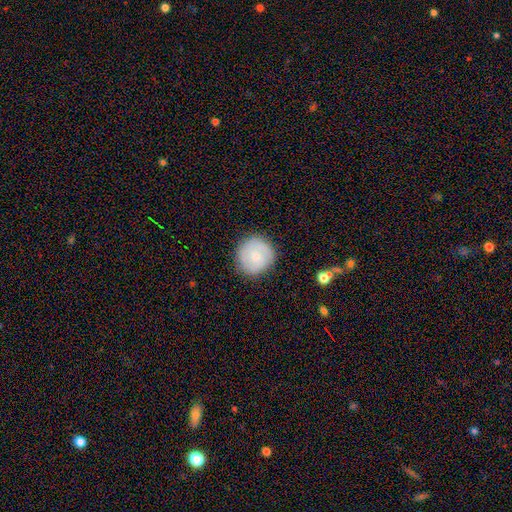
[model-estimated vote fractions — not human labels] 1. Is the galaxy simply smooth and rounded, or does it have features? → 54% smooth, 40% featured or disk, 7% star or artifact.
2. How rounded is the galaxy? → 93% round, 6% in between, 1% cigar-shaped.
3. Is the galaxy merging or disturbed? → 85% none, 11% minor disturbance, 3% major disturbance, 1% merger.